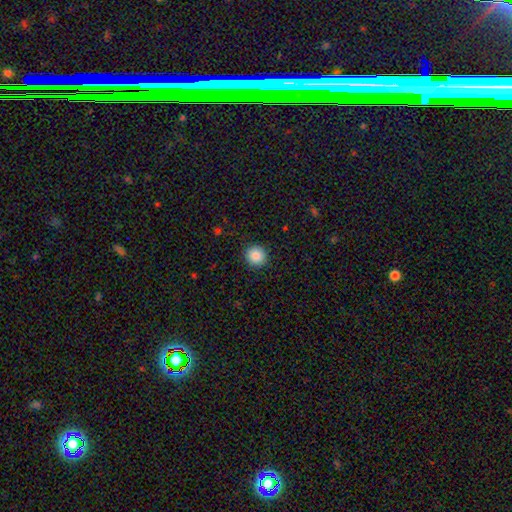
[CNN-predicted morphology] type=smooth (88%); roundness=round (92%); merging=none (91%).